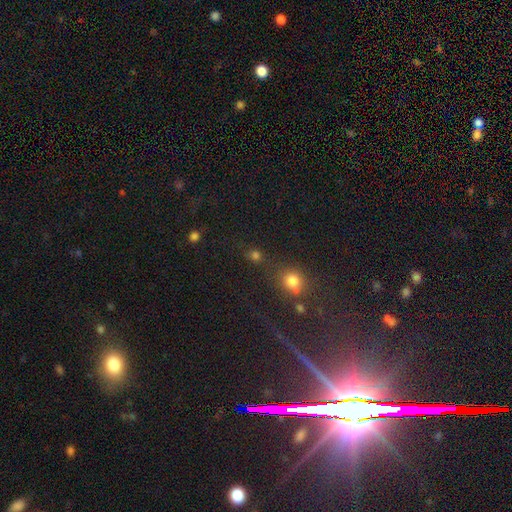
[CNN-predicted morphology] The model was most divided on "smooth or featured": smooth: 59%, star or artifact: 32%, featured or disk: 9%. More confident: how rounded — round (82%); merging — none (65%).